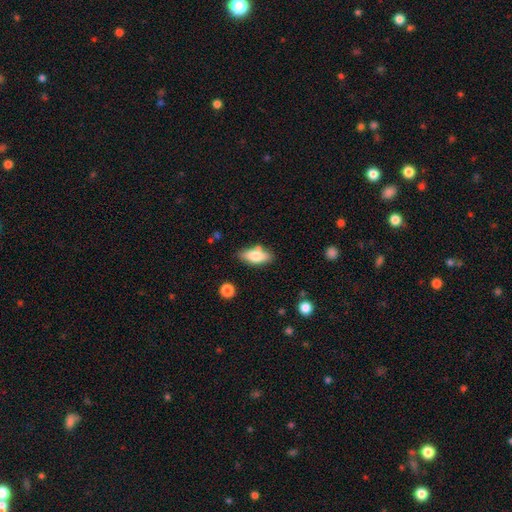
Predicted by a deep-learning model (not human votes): Morphology: type=smooth (77%); roundness=in between (79%); merging=none (77%).